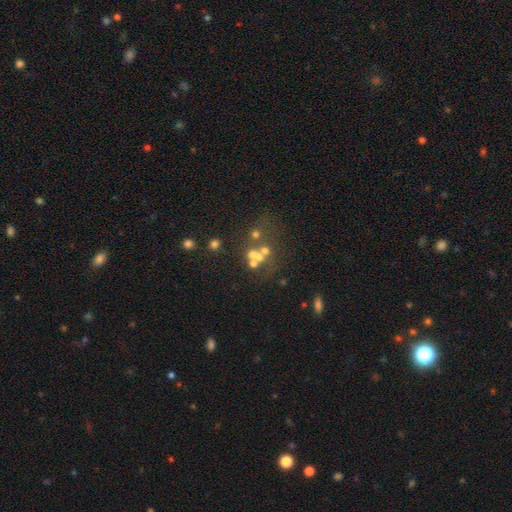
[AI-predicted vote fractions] The model was most divided on "merging": merger: 42%, none: 40%, major disturbance: 9%, minor disturbance: 9%. Remaining: smooth or featured — smooth (41%).